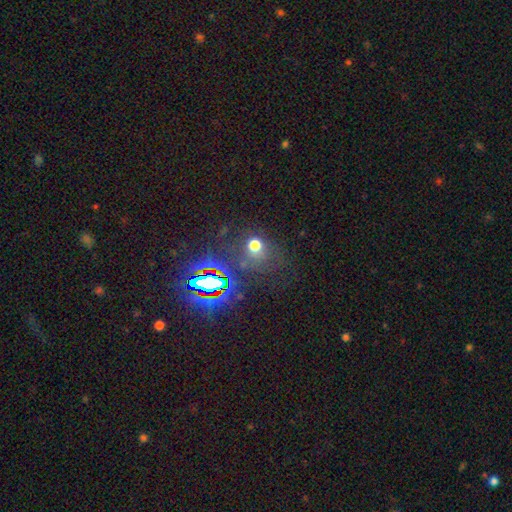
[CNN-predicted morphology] Overall: star or artifact (62%; smooth 29%).